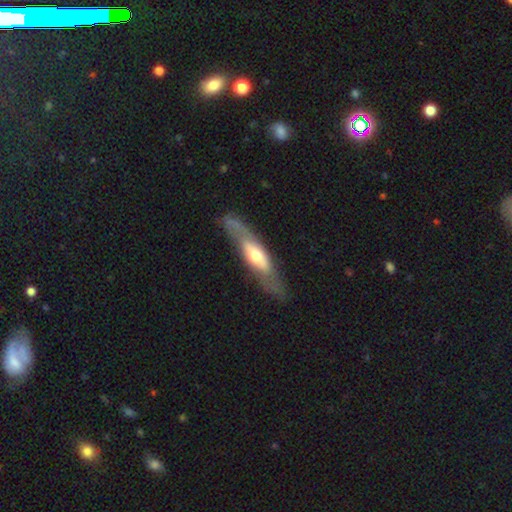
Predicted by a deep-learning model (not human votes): Q: Smooth or featured?
A: featured or disk (62%); runner-up: smooth (33%)
Q: Edge-on disk?
A: yes (53%); runner-up: no (47%)
Q: Merging?
A: none (70%); runner-up: minor disturbance (18%)